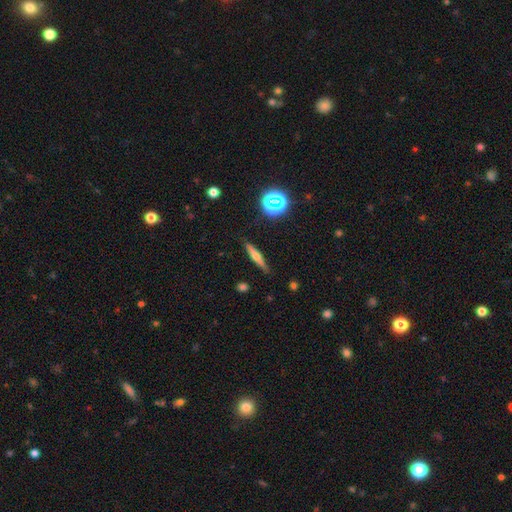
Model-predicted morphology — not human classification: The model was most divided on "smooth or featured": featured or disk: 49%, smooth: 40%, star or artifact: 11%. More confident: merging — none (87%).